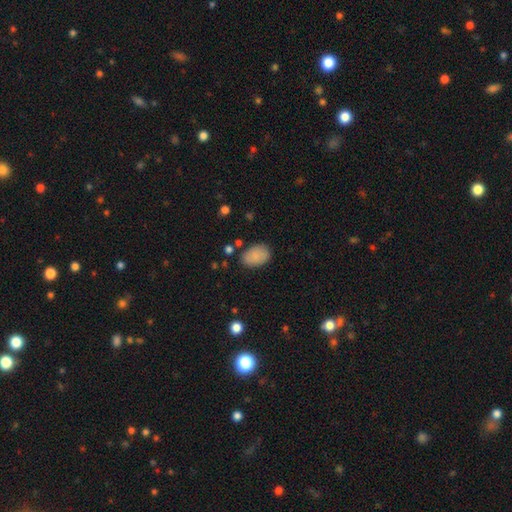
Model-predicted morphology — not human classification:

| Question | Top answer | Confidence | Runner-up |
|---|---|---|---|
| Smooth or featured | smooth | 87% | star or artifact (7%) |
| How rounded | in between | 87% | round (12%) |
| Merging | none | 82% | minor disturbance (13%) |